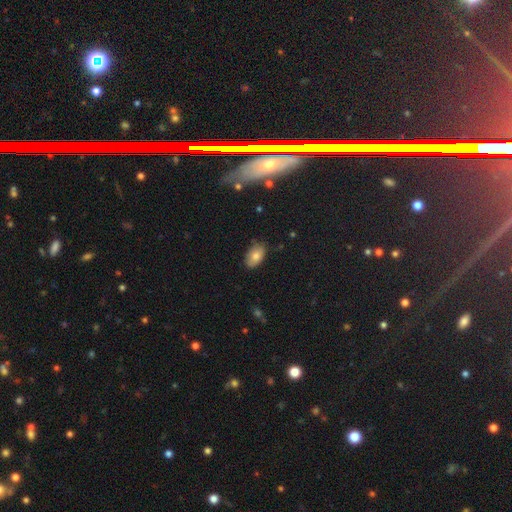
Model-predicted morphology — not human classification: Smooth or featured: smooth — 77% (featured or disk — 14%)
How rounded: in between — 91% (round — 8%)
Merging: none — 77% (minor disturbance — 19%)